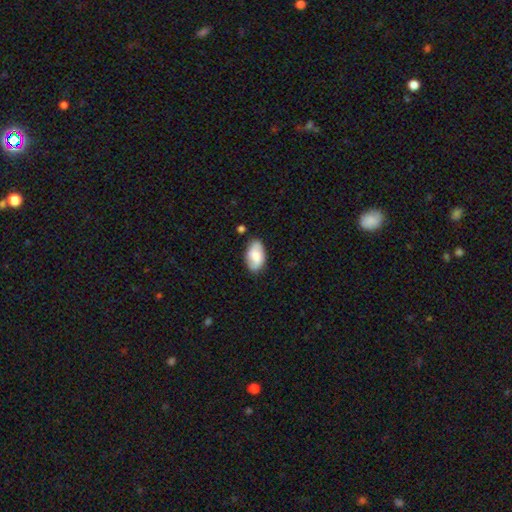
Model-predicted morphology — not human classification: smooth 70%, featured or disk 24%, star or artifact 6%. Down the decision tree: how rounded — in between (93%); merging — none (76%).